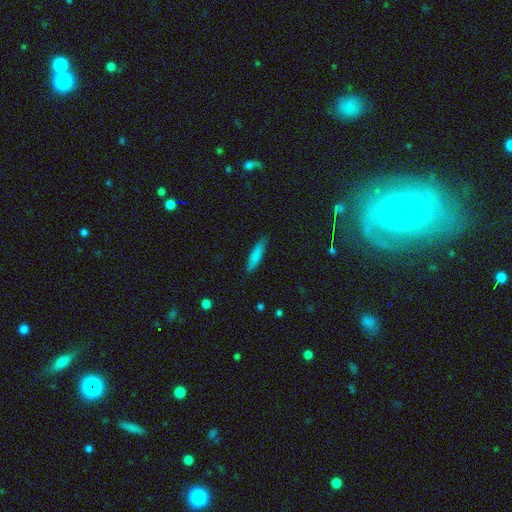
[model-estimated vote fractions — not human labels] Smooth or featured? smooth (80%)
How rounded? cigar-shaped (85%)
Merging? none (86%)